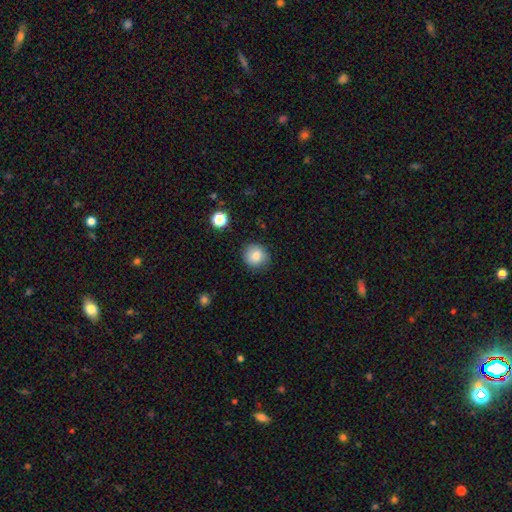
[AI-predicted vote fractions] Overall: smooth (83%). How rounded: round (87%). Merging: none (84%).